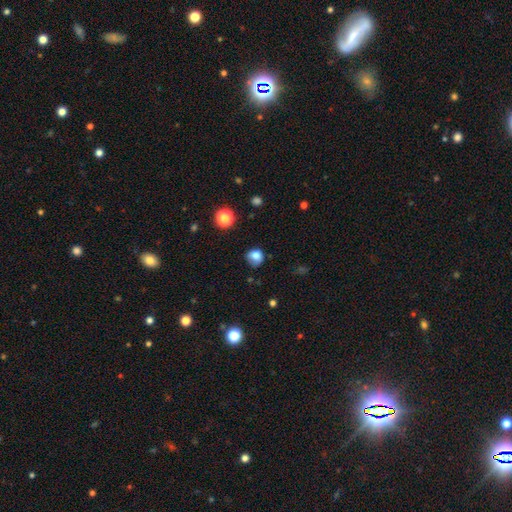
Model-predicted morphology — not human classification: Smooth or featured?
  - smooth: 80% *
  - star or artifact: 11%
  - featured or disk: 9%
How rounded?
  - round: 78% *
  - in between: 21%
  - cigar-shaped: 1%
Merging?
  - none: 64% *
  - minor disturbance: 25%
  - major disturbance: 8%
  - merger: 2%